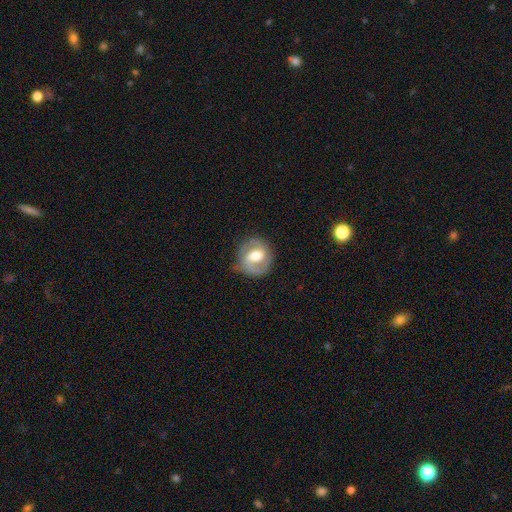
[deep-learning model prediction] Smooth or featured? Predicted: featured or disk (p=0.67). Edge-on disk? Predicted: no (p=0.97). Bar? Predicted: weak (p=0.46). Spiral arms? Predicted: yes (p=0.81). Spiral winding? Predicted: medium (p=0.43). Spiral arm count? Predicted: 2 (p=0.80). Bulge size? Predicted: moderate (p=0.56). Merging? Predicted: none (p=0.78).